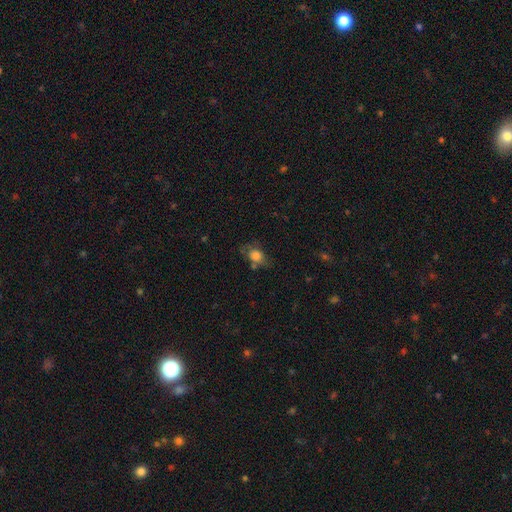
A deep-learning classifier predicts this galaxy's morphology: smooth_or_featured: smooth (p=0.73) [alt: featured or disk p=0.16]
how_rounded: in between (p=0.67) [alt: round p=0.30]
merging: none (p=0.54) [alt: minor disturbance p=0.25]